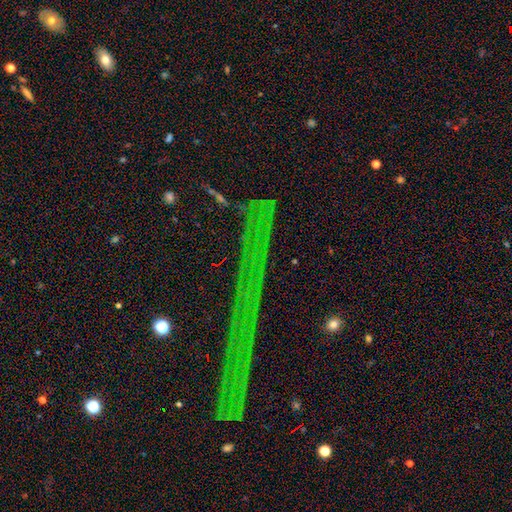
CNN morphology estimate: Overall: star or artifact (80%).